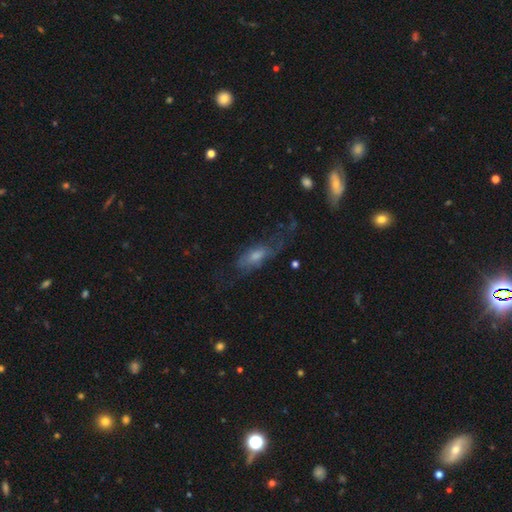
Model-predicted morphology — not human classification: smooth-or-featured: featured or disk: 48% | smooth: 38% | star or artifact: 14%
  merging: none: 44% | major disturbance: 29% | minor disturbance: 24% | merger: 3%